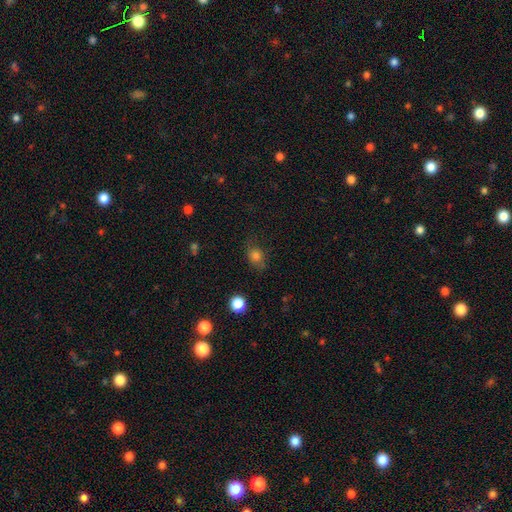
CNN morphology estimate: Smooth or featured?
  - smooth: 78% *
  - star or artifact: 13%
  - featured or disk: 9%
How rounded?
  - in between: 55% *
  - round: 43%
  - cigar-shaped: 2%
Merging?
  - none: 67% *
  - minor disturbance: 22%
  - major disturbance: 9%
  - merger: 2%